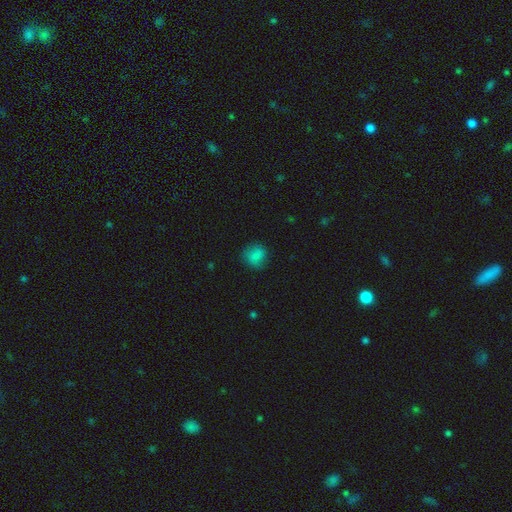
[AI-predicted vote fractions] Q: Smooth or featured?
A: smooth (79%); runner-up: star or artifact (11%)
Q: How rounded?
A: round (78%); runner-up: in between (21%)
Q: Merging?
A: none (74%); runner-up: minor disturbance (19%)